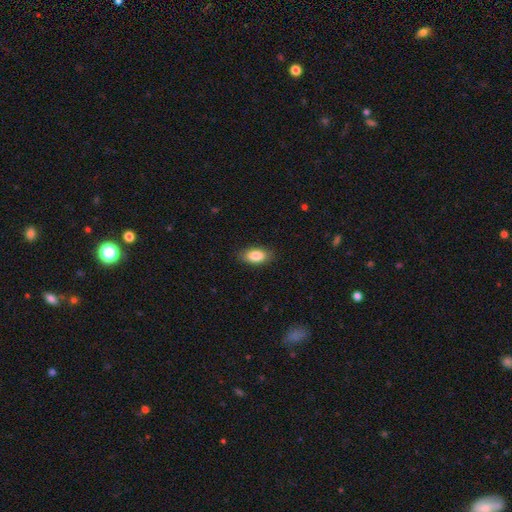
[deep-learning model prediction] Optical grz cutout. It shows a smooth galaxy with no disk features (86%) that is in between round and cigar-shaped (91%). Merging: none (86%).